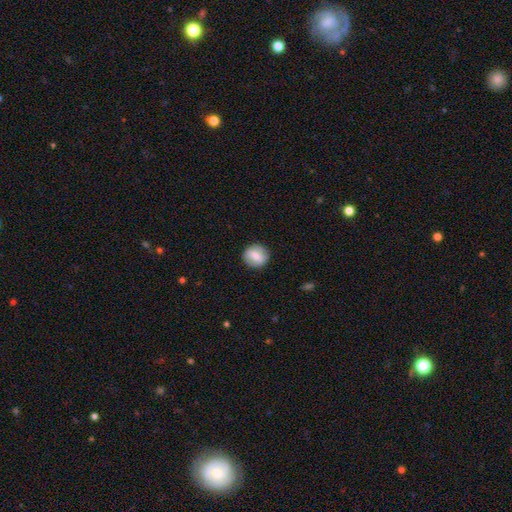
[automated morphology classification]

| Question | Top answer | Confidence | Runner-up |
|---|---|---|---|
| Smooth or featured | smooth | 64% | featured or disk (28%) |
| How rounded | round | 90% | in between (9%) |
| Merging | none | 87% | minor disturbance (9%) |